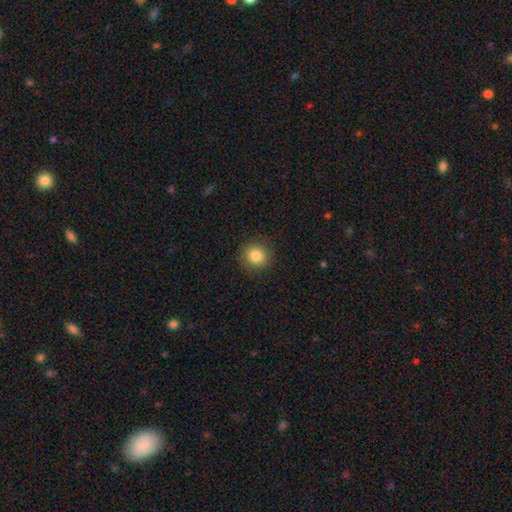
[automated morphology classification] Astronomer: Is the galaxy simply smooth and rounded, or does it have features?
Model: smooth — 83%.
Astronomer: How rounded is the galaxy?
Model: round — 91%.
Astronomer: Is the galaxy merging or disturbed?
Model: none — 90%.